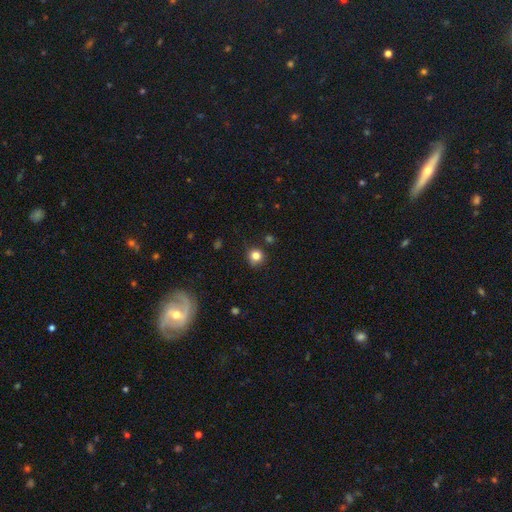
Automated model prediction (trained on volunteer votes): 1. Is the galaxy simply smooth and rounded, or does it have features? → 83% smooth, 12% star or artifact, 5% featured or disk.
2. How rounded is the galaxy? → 92% round, 7% in between, 1% cigar-shaped.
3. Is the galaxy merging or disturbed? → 85% none, 10% minor disturbance, 2% major disturbance, 2% merger.